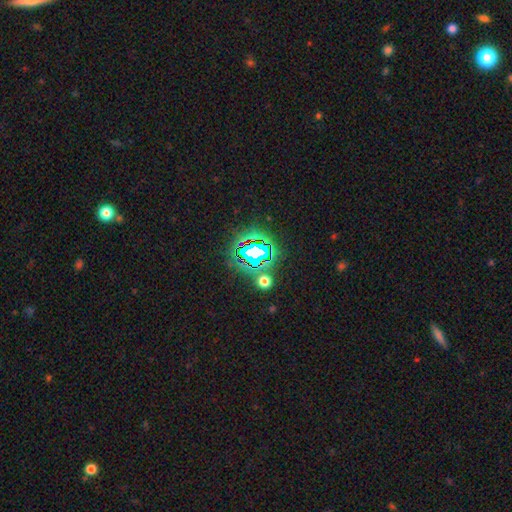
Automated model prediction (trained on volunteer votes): The model was most divided on "smooth or featured": star or artifact: 70%, smooth: 20%, featured or disk: 11%.